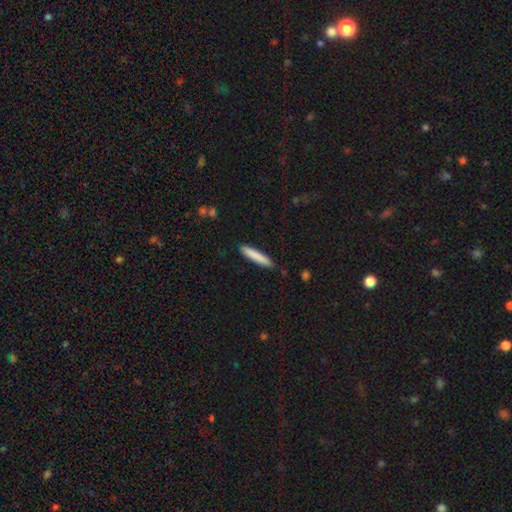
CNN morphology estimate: Smooth or featured? Predicted: smooth (p=0.84). How rounded? Predicted: cigar-shaped (p=0.90). Merging? Predicted: none (p=0.88).